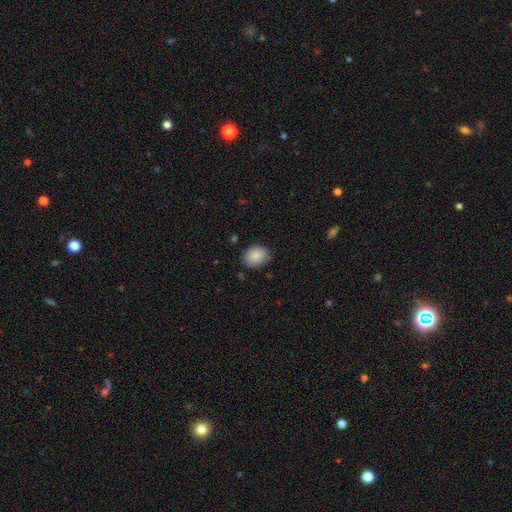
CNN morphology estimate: Smooth or featured? Predicted: smooth (p=0.88). How rounded? Predicted: in between (p=0.53). Merging? Predicted: none (p=0.82).